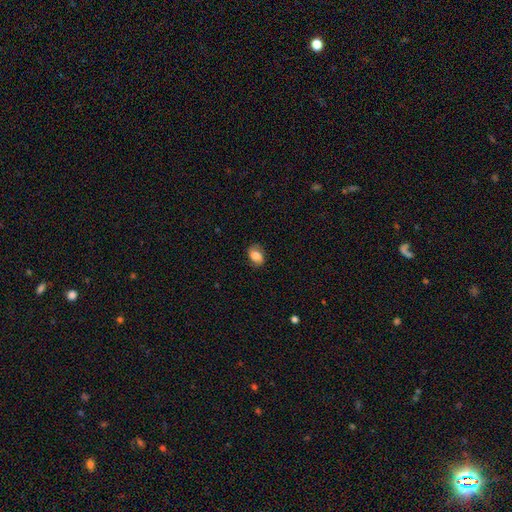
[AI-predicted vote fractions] A smooth galaxy with no disk features (70%) that is in between round and cigar-shaped (73%).

Vote fractions:
- Smooth or featured? smooth: 70% / featured or disk: 21% / star or artifact: 9%
- How rounded? in between: 73% / round: 26% / cigar-shaped: 1%
- Merging? none: 79% / minor disturbance: 16% / major disturbance: 4% / merger: 1%